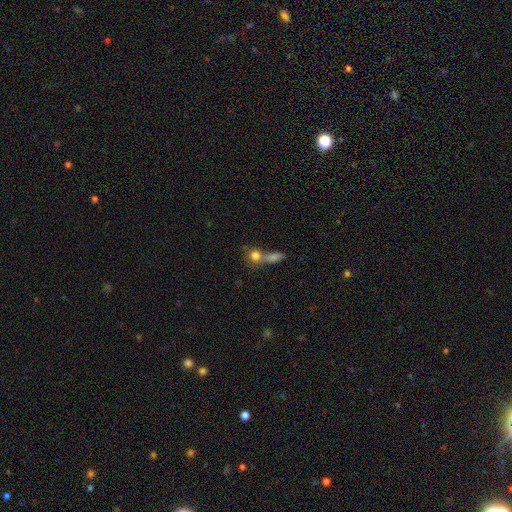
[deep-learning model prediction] smooth-or-featured: smooth: 78% | featured or disk: 12% | star or artifact: 10%
  how-rounded: round: 71% | in between: 24% | cigar-shaped: 5%
  merging: merger: 51% | none: 36% | minor disturbance: 8% | major disturbance: 5%